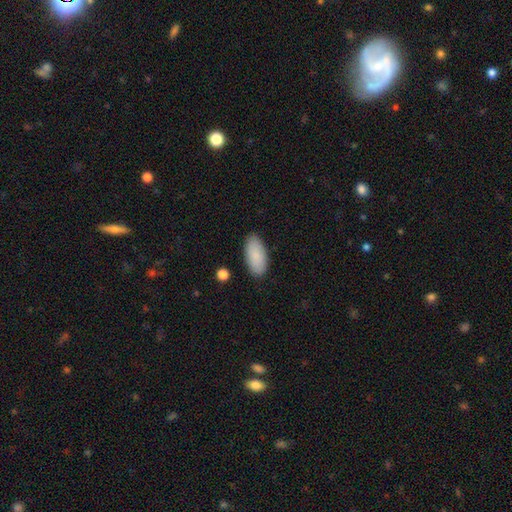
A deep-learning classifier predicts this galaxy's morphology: smooth_or_featured: smooth (p=0.89) [alt: star or artifact p=0.06]
how_rounded: in between (p=0.92) [alt: cigar-shaped p=0.07]
merging: none (p=0.87) [alt: minor disturbance p=0.09]